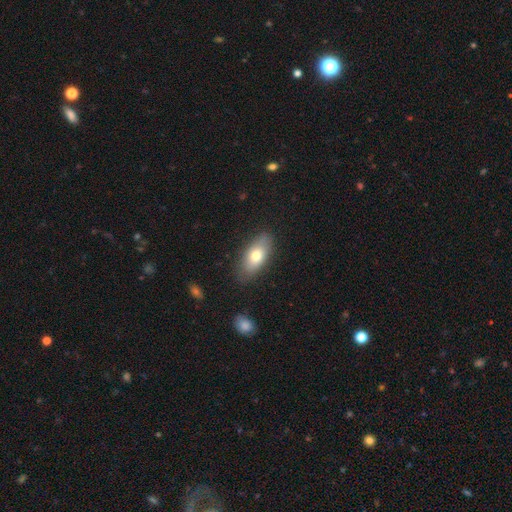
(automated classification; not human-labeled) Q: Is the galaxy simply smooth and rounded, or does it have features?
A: smooth — 72%.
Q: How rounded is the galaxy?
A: in between — 86%.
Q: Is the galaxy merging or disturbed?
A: none — 82%.